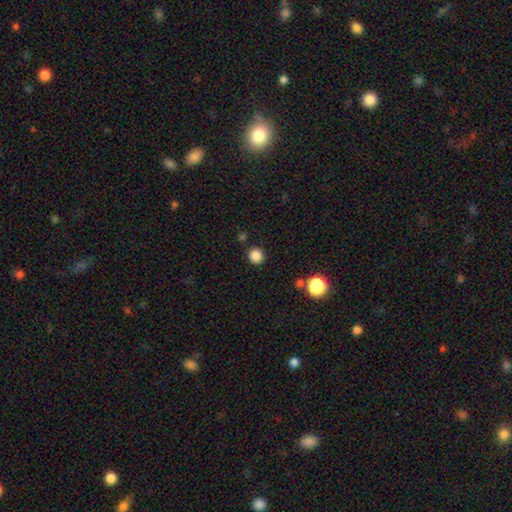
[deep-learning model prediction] Overall: smooth (85%). How rounded: round (92%). Merging: none (88%).